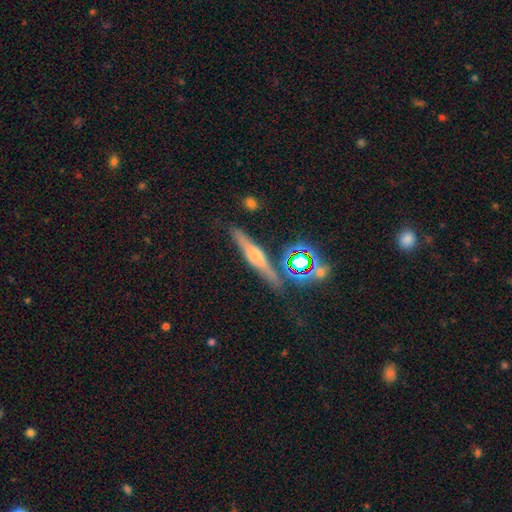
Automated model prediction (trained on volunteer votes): Morphology: type=featured or disk (58%); edge-on=yes (94%); edge-on bulge=rounded (81%); merging=none (83%).